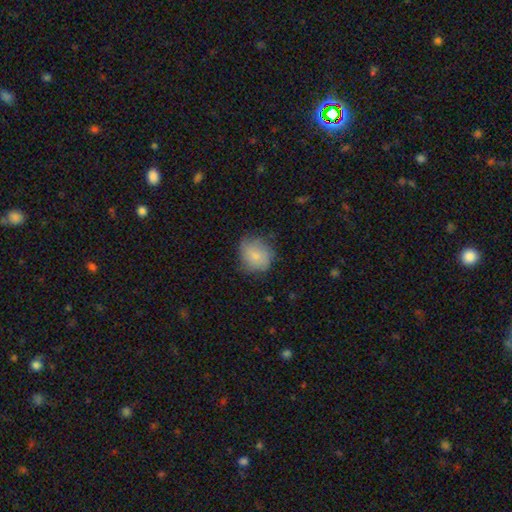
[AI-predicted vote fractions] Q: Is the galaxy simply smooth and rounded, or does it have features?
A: smooth — 77%.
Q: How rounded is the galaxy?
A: round — 75%.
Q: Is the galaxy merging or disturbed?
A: none — 65%.